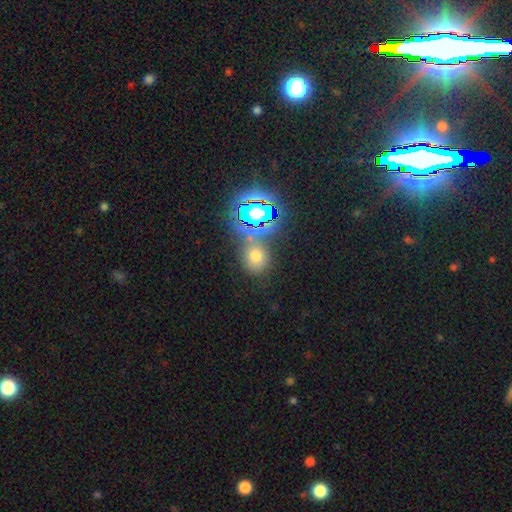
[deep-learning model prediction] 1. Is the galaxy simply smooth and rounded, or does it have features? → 58% smooth, 31% star or artifact, 12% featured or disk.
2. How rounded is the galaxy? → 62% round, 37% in between, 2% cigar-shaped.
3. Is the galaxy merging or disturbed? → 63% none, 18% merger, 13% minor disturbance, 7% major disturbance.